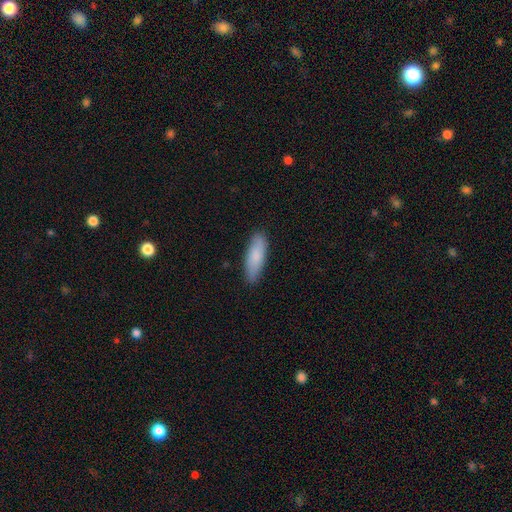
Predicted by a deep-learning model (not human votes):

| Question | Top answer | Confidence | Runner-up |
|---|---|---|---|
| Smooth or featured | smooth | 83% | featured or disk (12%) |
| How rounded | in between | 53% | cigar-shaped (45%) |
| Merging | none | 85% | minor disturbance (12%) |